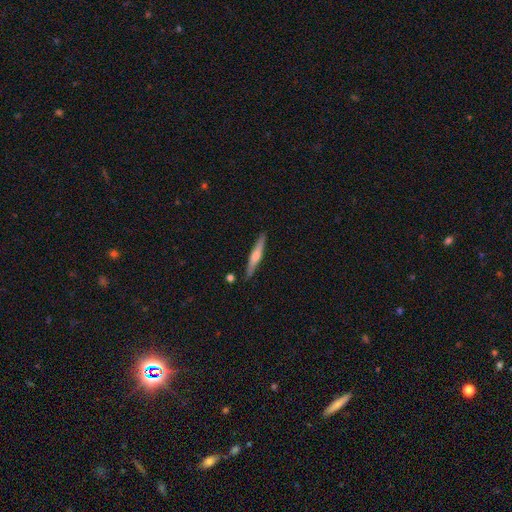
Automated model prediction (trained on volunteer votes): Q: Smooth or featured?
A: featured or disk (48%); runner-up: smooth (47%)
Q: Merging?
A: none (88%); runner-up: minor disturbance (9%)